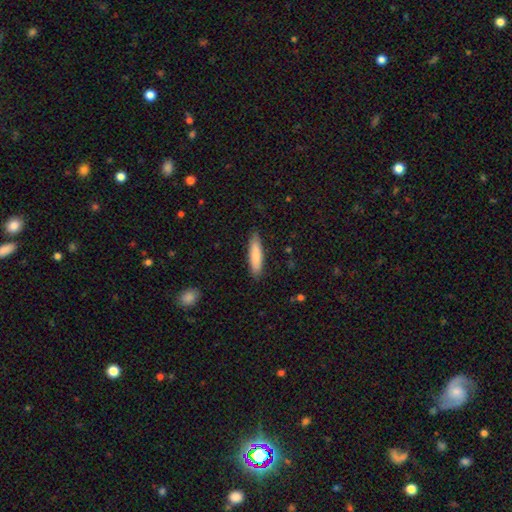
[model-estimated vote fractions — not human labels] smooth 83%, featured or disk 11%, star or artifact 6%. Down the decision tree: how rounded — cigar-shaped (73%); merging — none (85%).